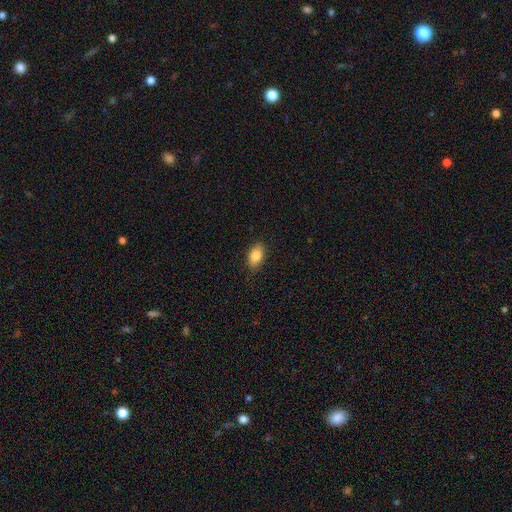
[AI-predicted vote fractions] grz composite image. It shows a smooth galaxy with no disk features (85%) that is in between round and cigar-shaped (90%). Merging: none (85%).